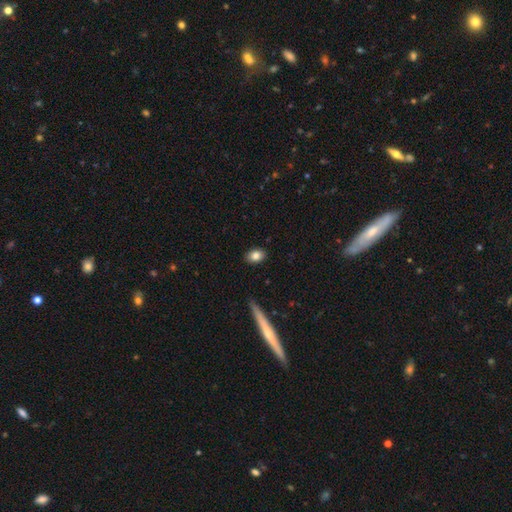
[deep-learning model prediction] Overall: smooth (83%). How rounded: in between (79%). Merging: none (89%).